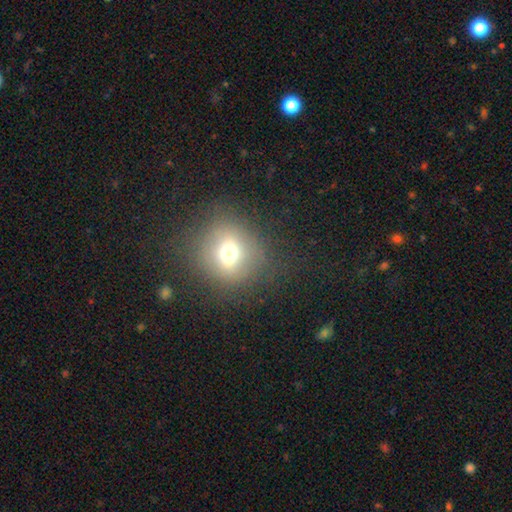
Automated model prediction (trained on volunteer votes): smooth 64%, featured or disk 19%, star or artifact 17%. Down the decision tree: how rounded — round (80%); merging — none (82%).